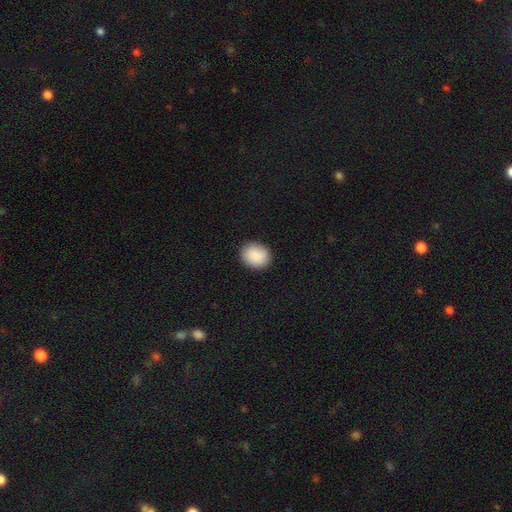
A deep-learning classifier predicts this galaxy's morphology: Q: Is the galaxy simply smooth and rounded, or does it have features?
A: smooth — 90%.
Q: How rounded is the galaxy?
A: round — 58%.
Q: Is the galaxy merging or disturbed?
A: none — 90%.